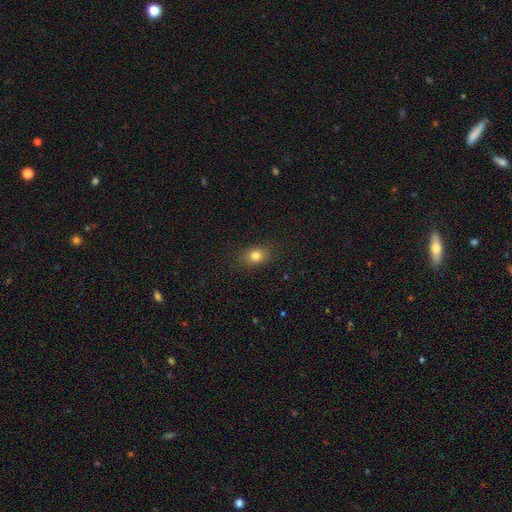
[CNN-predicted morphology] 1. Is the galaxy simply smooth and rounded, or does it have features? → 80% smooth, 12% star or artifact, 8% featured or disk.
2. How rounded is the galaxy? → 58% in between, 40% round, 2% cigar-shaped.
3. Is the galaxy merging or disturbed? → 85% none, 10% minor disturbance, 3% major disturbance, 1% merger.